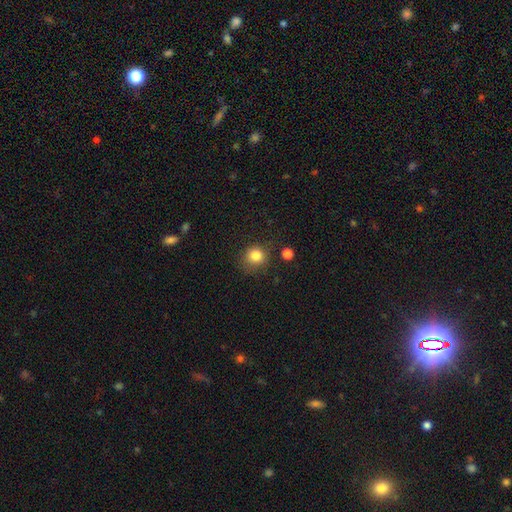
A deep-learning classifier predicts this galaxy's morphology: This appears to be a smooth galaxy with no disk features (83%) that is round (86%). Merging: none (75%).